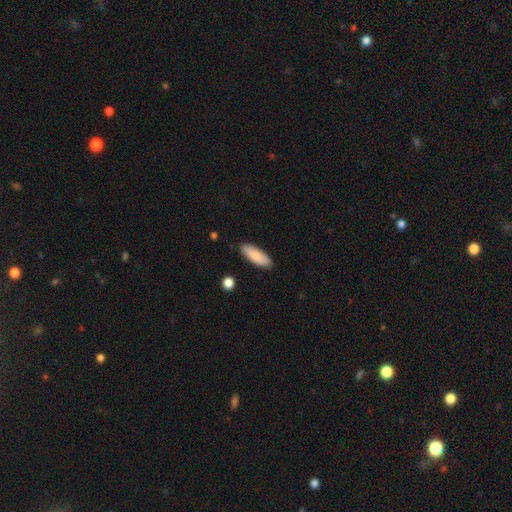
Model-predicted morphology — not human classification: This appears to be a smooth galaxy with no disk features (86%) that is in between round and cigar-shaped (64%). Merging: none (88%).